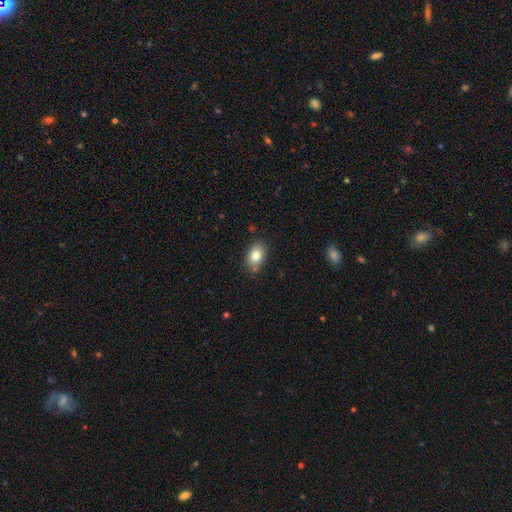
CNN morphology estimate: Smooth or featured: smooth — 82% (featured or disk — 9%)
How rounded: in between — 80% (round — 19%)
Merging: none — 80% (minor disturbance — 14%)